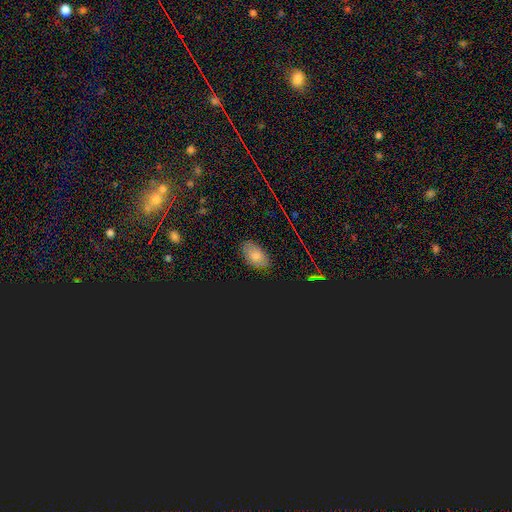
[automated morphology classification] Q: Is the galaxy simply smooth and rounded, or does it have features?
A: smooth — 69%.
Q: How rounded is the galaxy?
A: in between — 90%.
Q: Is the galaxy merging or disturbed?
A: none — 83%.